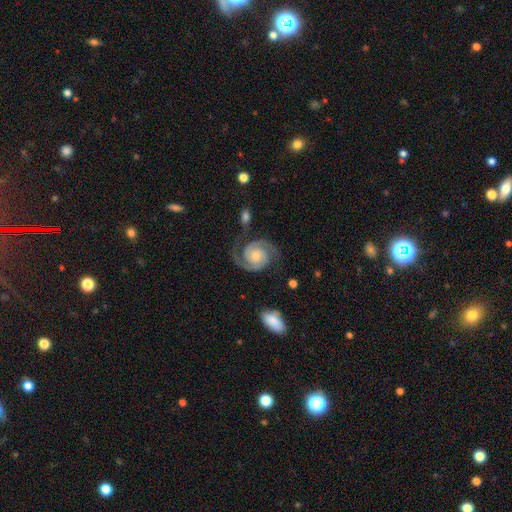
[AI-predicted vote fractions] Q: Smooth or featured?
A: featured or disk (91%); runner-up: smooth (5%)
Q: Edge-on disk?
A: no (98%); runner-up: yes (2%)
Q: Bar?
A: no (71%); runner-up: weak (22%)
Q: Spiral arms?
A: yes (98%); runner-up: no (2%)
Q: Spiral winding?
A: tight (56%); runner-up: medium (37%)
Q: Spiral arm count?
A: 2 (92%); runner-up: 3 (2%)
Q: Bulge size?
A: small (51%); runner-up: moderate (40%)
Q: Merging?
A: none (75%); runner-up: minor disturbance (14%)